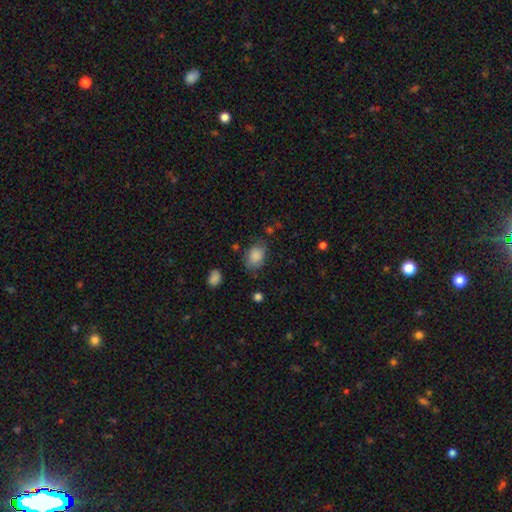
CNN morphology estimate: type=smooth (84%); roundness=in between (70%); merging=none (65%).